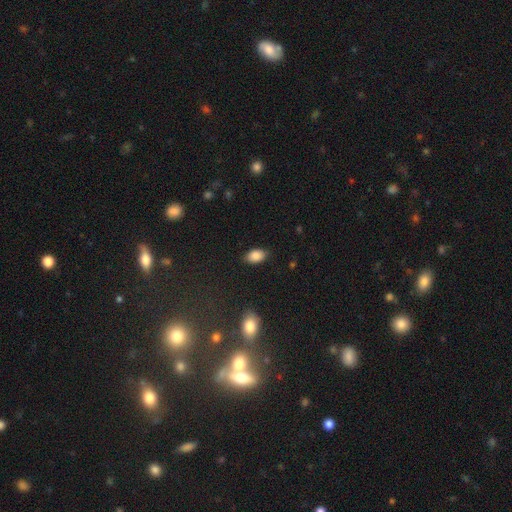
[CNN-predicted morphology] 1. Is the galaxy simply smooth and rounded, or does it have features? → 86% smooth, 8% star or artifact, 6% featured or disk.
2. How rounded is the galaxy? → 91% in between, 7% round, 2% cigar-shaped.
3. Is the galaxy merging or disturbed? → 83% none, 14% minor disturbance, 3% major disturbance, 1% merger.